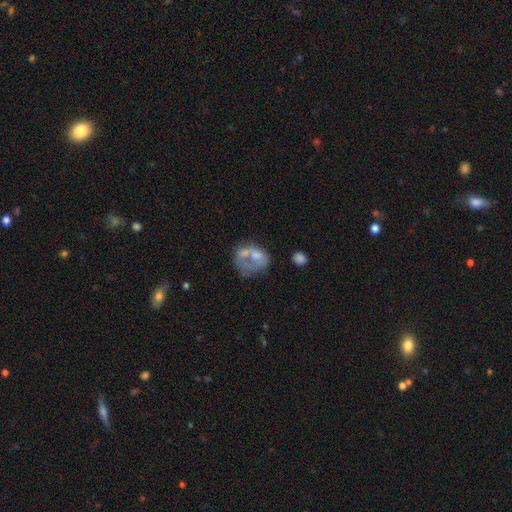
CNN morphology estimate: Q: Smooth or featured?
A: smooth (45%); runner-up: featured or disk (43%)
Q: Merging?
A: merger (35%); runner-up: none (25%)